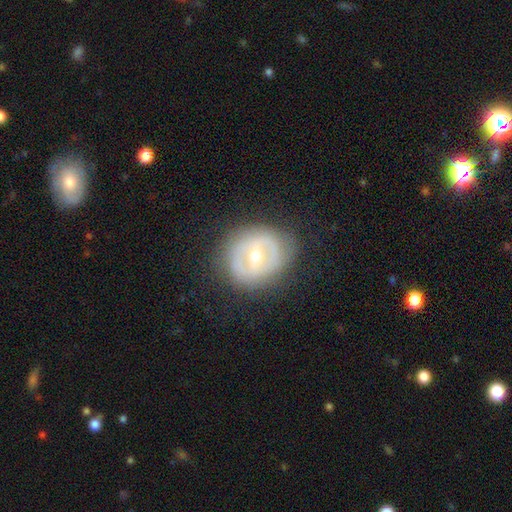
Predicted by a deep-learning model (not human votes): Overall: featured or disk (65%; smooth 29%). Edge-on disk: no (94%). Bar: strong (40%; weak 39%). Spiral arms: no (75%). Bulge size: moderate (61%; small 34%). Merging: none (78%).